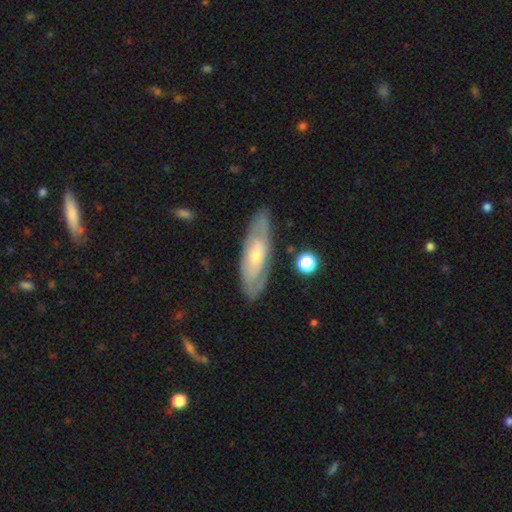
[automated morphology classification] type=featured or disk (59%); edge-on=no (75%); merging=none (79%).